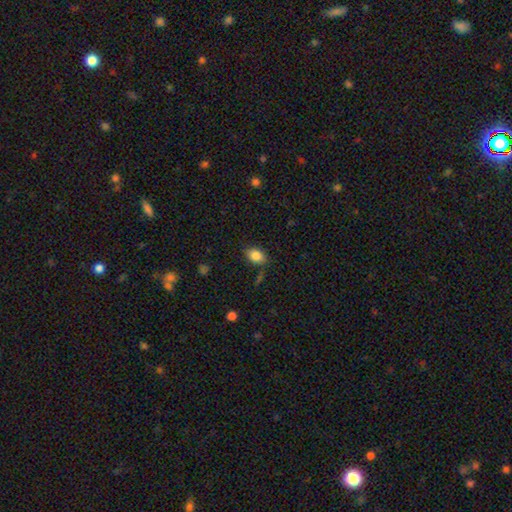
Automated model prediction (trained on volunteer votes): smooth-or-featured: smooth: 85% | star or artifact: 9% | featured or disk: 7%
  how-rounded: in between: 83% | round: 15% | cigar-shaped: 2%
  merging: none: 78% | minor disturbance: 15% | major disturbance: 4% | merger: 3%